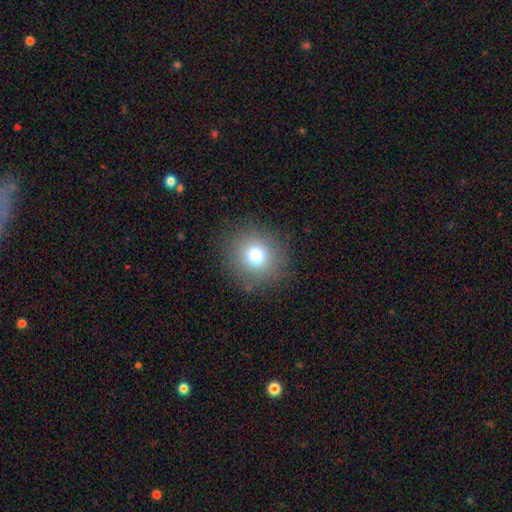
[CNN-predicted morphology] Q: Smooth or featured?
A: smooth (75%); runner-up: star or artifact (14%)
Q: How rounded?
A: round (88%); runner-up: in between (11%)
Q: Merging?
A: none (88%); runner-up: minor disturbance (8%)